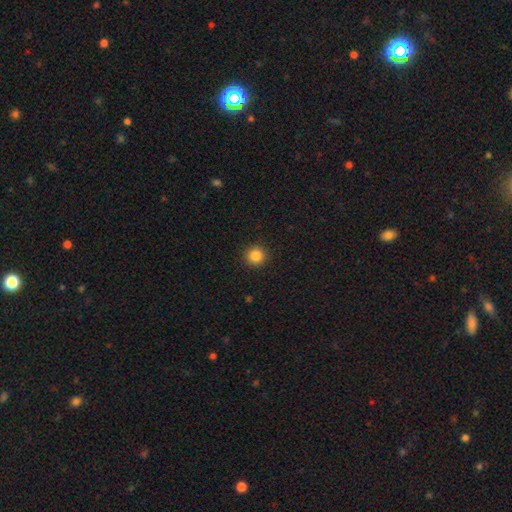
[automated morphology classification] This appears to be a smooth galaxy with no disk features (85%) that is round (94%). Merging: none (92%).